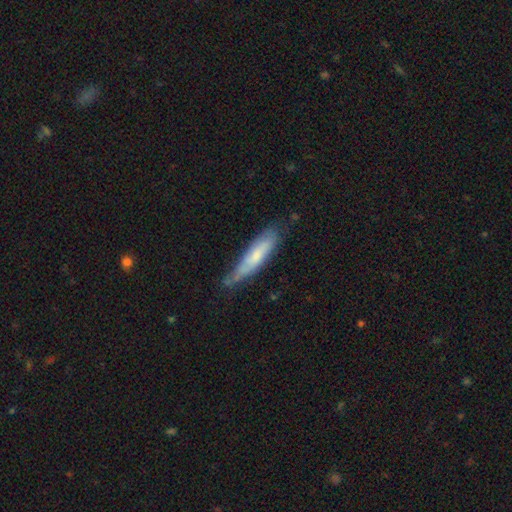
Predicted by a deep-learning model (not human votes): A smooth galaxy with no disk features (61%) that is cigar-shaped (79%). Merging: none (59%).